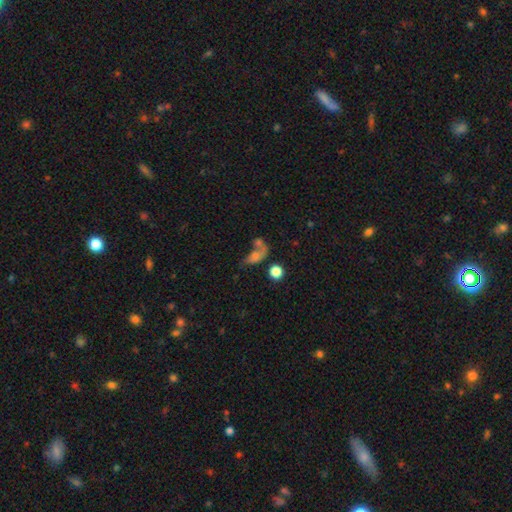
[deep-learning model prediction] The model was most divided on "smooth or featured": smooth: 53%, featured or disk: 32%, star or artifact: 16%. Remaining: how rounded — in between (62%); merging — merger (44%).